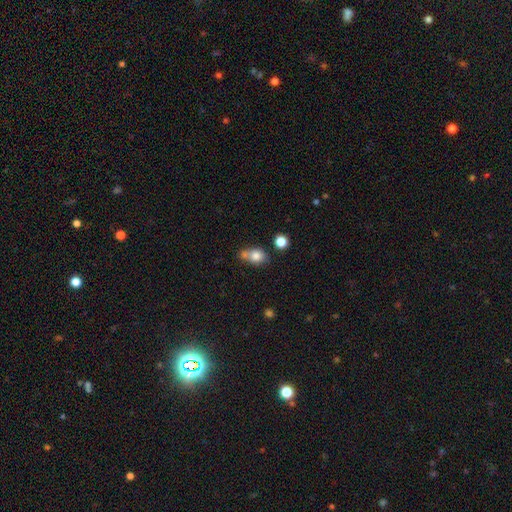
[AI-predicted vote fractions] Overall: smooth (78%). How rounded: round (53%; in between 46%). Merging: none (42%; merger 36%).